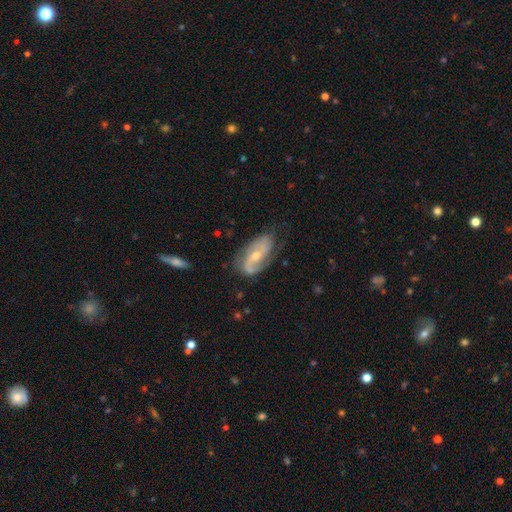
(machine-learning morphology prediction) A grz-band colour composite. It shows a featured or disk galaxy (80%) with no bar (52%), 2 (78%) medium (45%) spiral arms (94%) and a moderate central bulge (51%). Merging: none (67%).